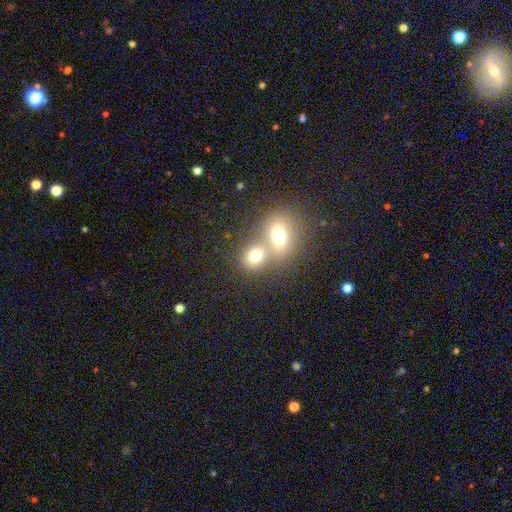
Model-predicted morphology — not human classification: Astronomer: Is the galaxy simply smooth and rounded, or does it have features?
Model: smooth — 73%.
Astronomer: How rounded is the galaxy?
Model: round — 58% (runner-up: in between, 41%).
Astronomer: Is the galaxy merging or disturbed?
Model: merger — 56% (runner-up: none, 33%).